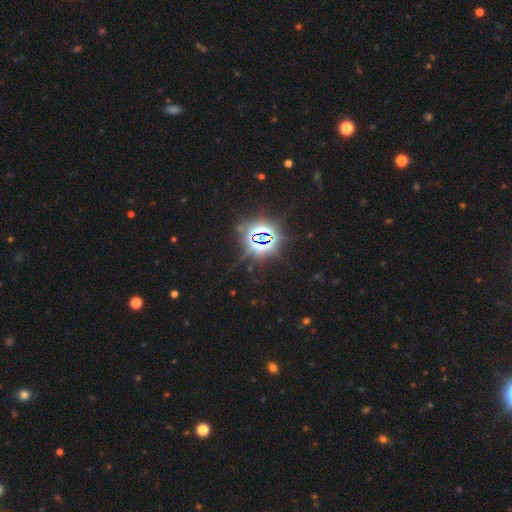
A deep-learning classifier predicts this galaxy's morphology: smooth-or-featured: star or artifact: 85% | smooth: 9% | featured or disk: 6%